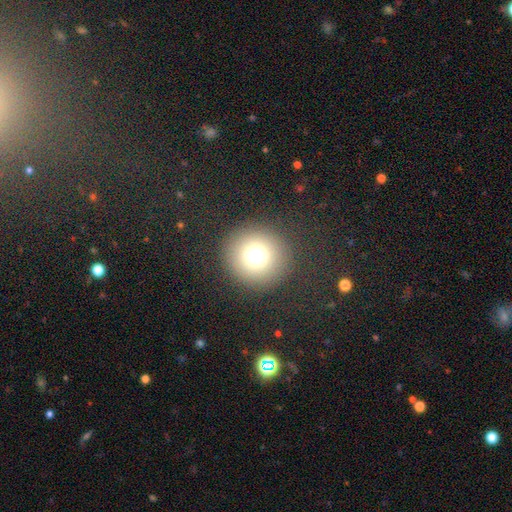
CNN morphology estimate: smooth-or-featured: smooth: 71% | star or artifact: 19% | featured or disk: 10%
  how-rounded: round: 94% | in between: 5% | cigar-shaped: 1%
  merging: none: 87% | minor disturbance: 7% | major disturbance: 5% | merger: 2%